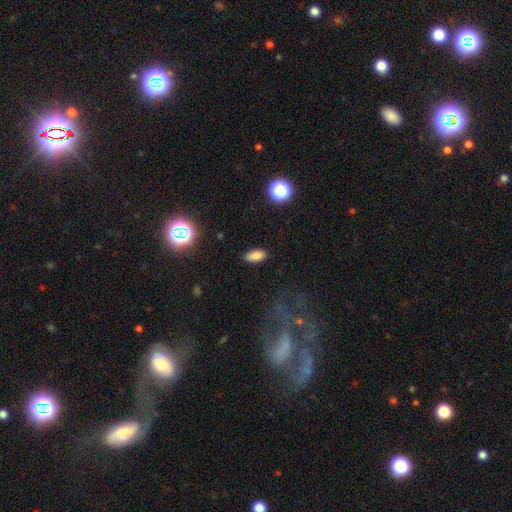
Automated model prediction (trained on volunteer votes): This appears to be a smooth galaxy with no disk features (84%) that is in between round and cigar-shaped (87%). Merging: none (86%).